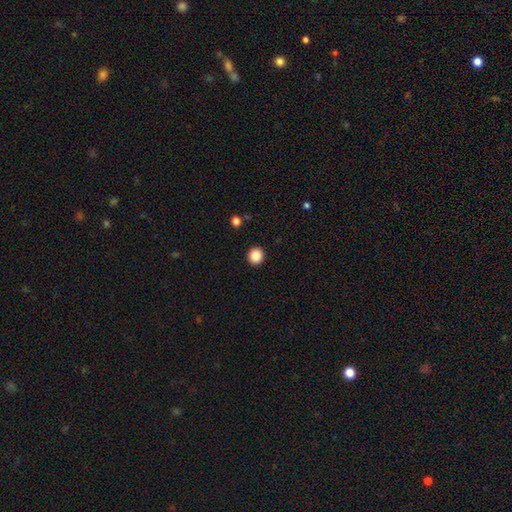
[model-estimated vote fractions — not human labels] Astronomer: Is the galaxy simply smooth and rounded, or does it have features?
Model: smooth — 86%.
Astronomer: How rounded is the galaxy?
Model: round — 91%.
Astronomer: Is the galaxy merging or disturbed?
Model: none — 93%.